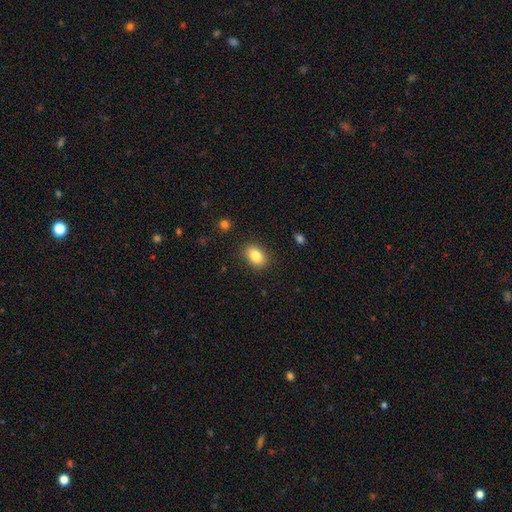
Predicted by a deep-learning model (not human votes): Smooth or featured: smooth — 85% (star or artifact — 8%)
How rounded: in between — 83% (round — 15%)
Merging: none — 87% (minor disturbance — 9%)